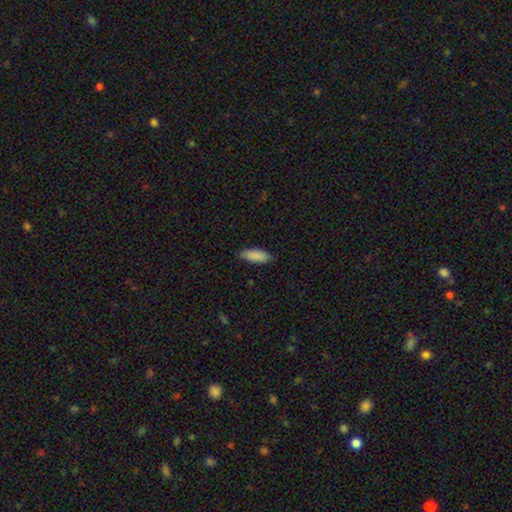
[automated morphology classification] A smooth galaxy with no disk features (89%) that is in between round and cigar-shaped (75%). Merging: none (84%).